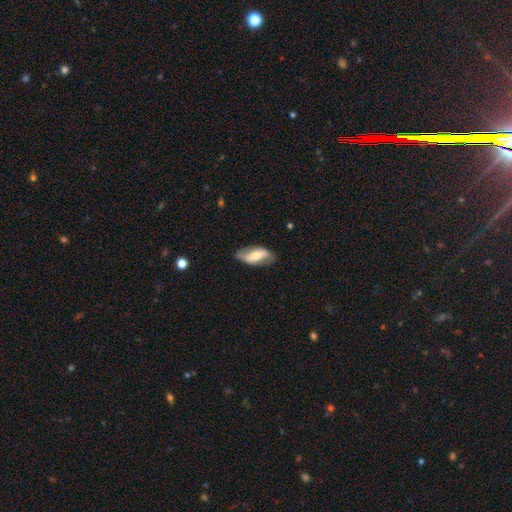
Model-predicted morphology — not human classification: Q: Smooth or featured?
A: smooth (47%); tied with: featured or disk (47%)
Q: Merging?
A: none (75%); runner-up: minor disturbance (19%)